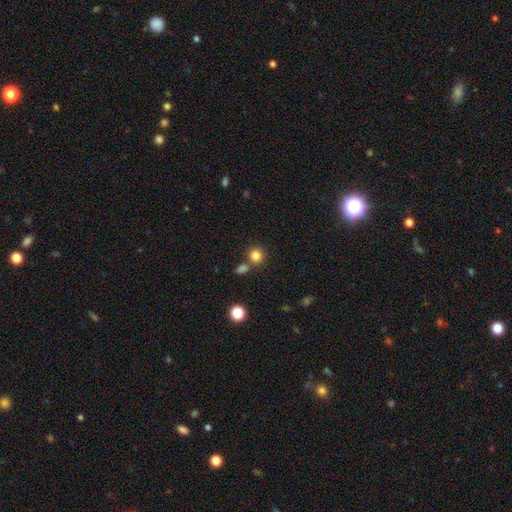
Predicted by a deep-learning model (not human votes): A smooth galaxy with no disk features (83%) that is round (90%). Merging: none (73%).